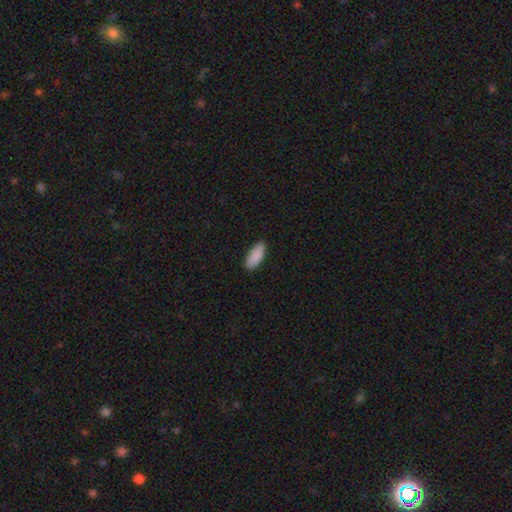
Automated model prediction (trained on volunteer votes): smooth-or-featured: smooth: 90% | star or artifact: 6% | featured or disk: 4%
  how-rounded: in between: 79% | cigar-shaped: 19% | round: 2%
  merging: none: 87% | minor disturbance: 10% | major disturbance: 2% | merger: 1%